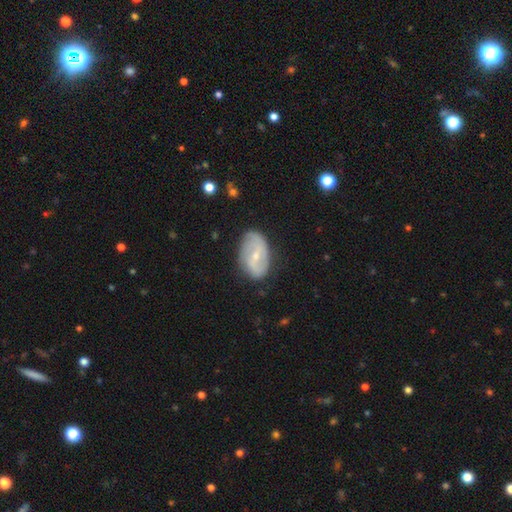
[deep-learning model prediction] featured or disk 66%, smooth 28%, star or artifact 7%. Down the decision tree: edge-on disk — no (95%); bar — weak (48%); spiral arms — yes (75%); bulge size — small (64%); merging — none (74%).